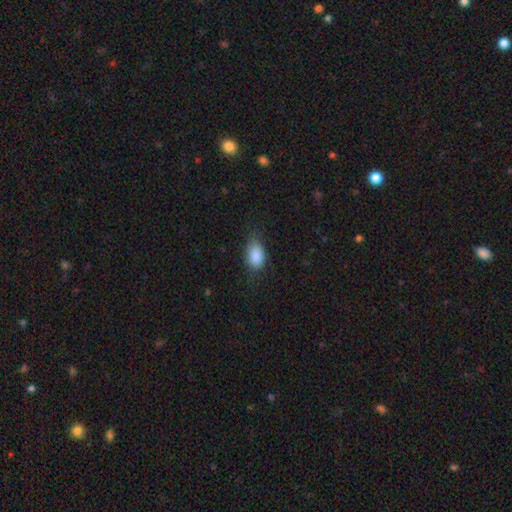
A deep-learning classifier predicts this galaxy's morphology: The model was most divided on "merging": none: 70%, minor disturbance: 23%, major disturbance: 6%, merger: 1%. More confident: smooth or featured — smooth (88%); how rounded — in between (87%).